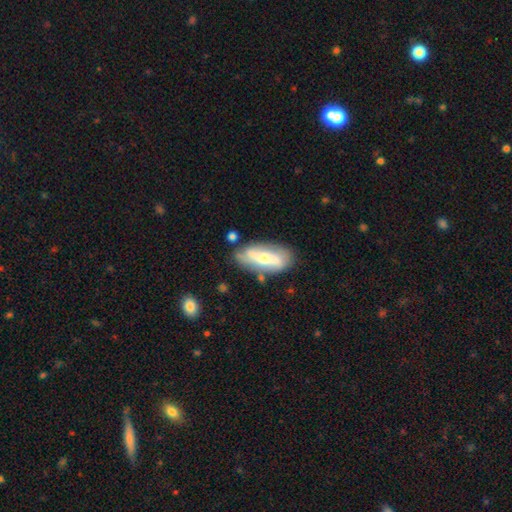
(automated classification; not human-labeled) A featured or disk galaxy (57%). Merging: none (71%).